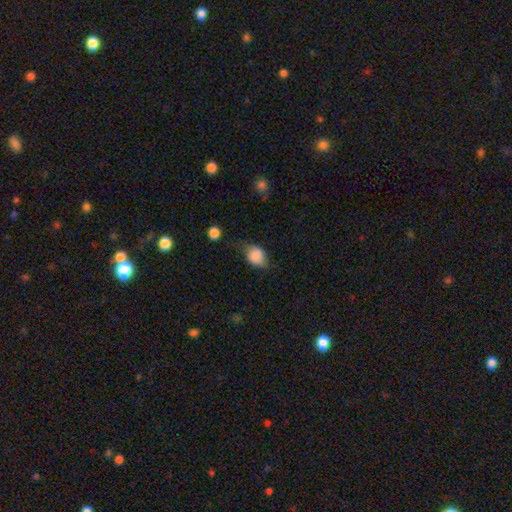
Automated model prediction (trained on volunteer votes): Smooth or featured? Predicted: smooth (p=0.84). How rounded? Predicted: in between (p=0.62). Merging? Predicted: none (p=0.52).